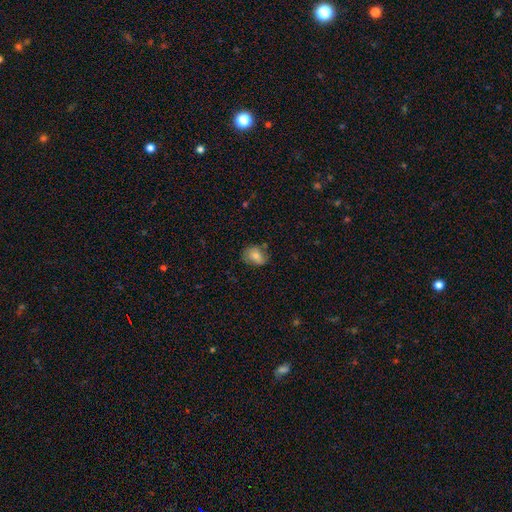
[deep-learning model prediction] Morphology: type=smooth (77%); roundness=in between (59%); merging=none (68%).